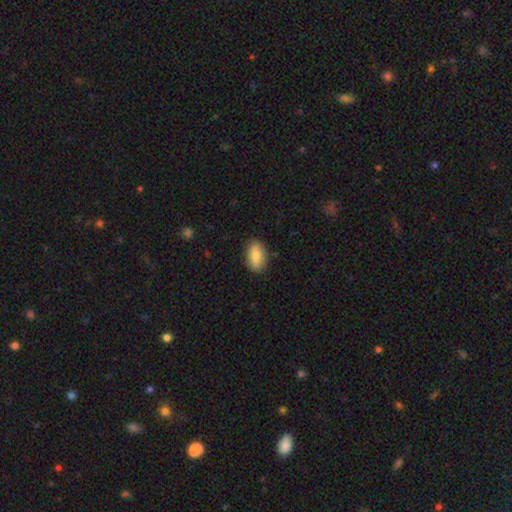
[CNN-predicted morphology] The model was most divided on "smooth or featured": smooth: 84%, featured or disk: 10%, star or artifact: 7%. More confident: how rounded — in between (90%); merging — none (86%).